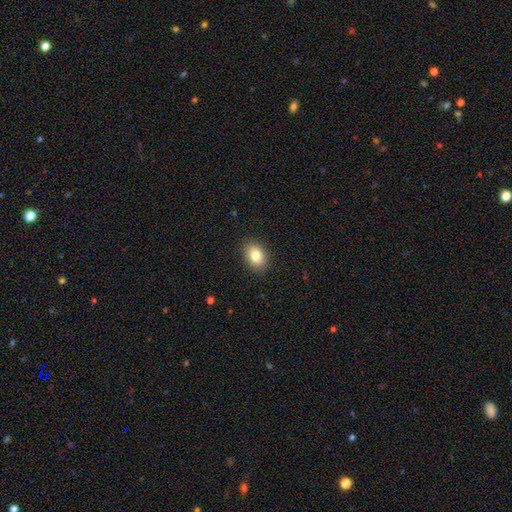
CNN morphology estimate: A smooth galaxy with no disk features (83%) that is in between round and cigar-shaped (79%). Merging: none (89%).